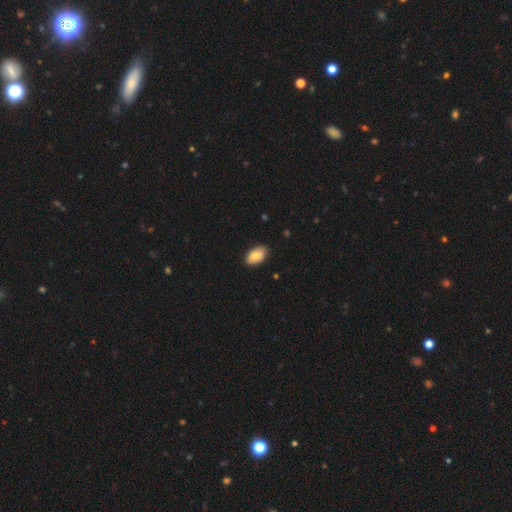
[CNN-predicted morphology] A smooth galaxy with no disk features (79%) that is in between round and cigar-shaped (94%). Merging: none (82%).